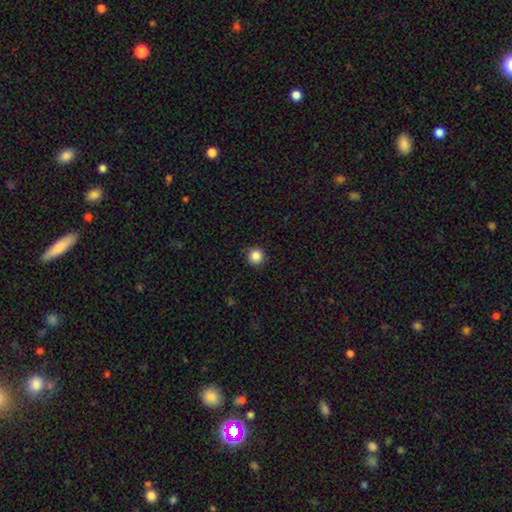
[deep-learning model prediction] The model was most divided on "smooth or featured": smooth: 86%, star or artifact: 11%, featured or disk: 3%. More confident: how rounded — round (95%); merging — none (89%).